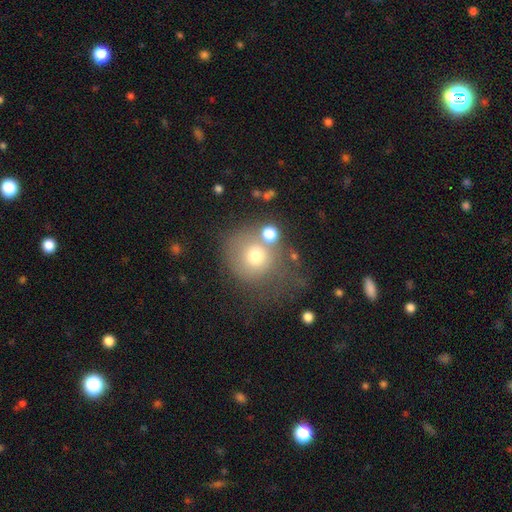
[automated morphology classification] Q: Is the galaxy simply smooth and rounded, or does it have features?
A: smooth — 66%.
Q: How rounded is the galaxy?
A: round — 85%.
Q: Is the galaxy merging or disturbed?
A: none — 46%.